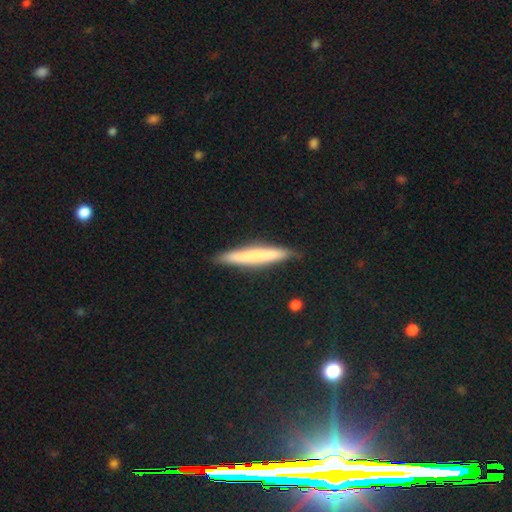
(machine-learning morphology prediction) smooth 63%, featured or disk 30%, star or artifact 7%. Down the decision tree: how rounded — cigar-shaped (95%); merging — none (88%).